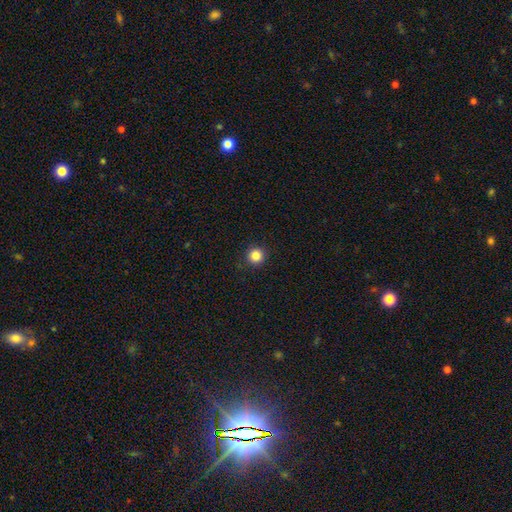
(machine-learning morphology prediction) This appears to be a smooth galaxy with no disk features (84%) that is round (96%). Merging: none (92%).